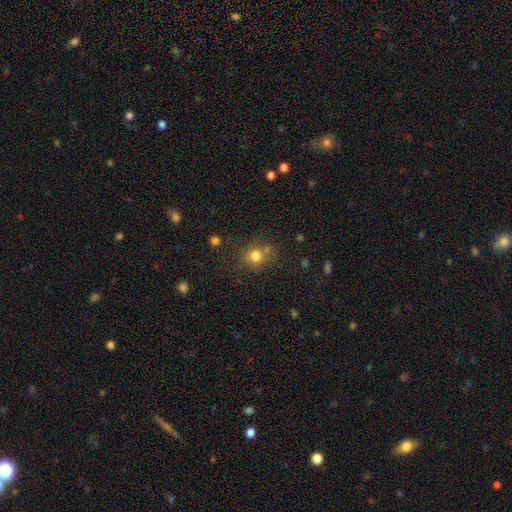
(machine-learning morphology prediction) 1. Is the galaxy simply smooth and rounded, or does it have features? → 77% smooth, 14% star or artifact, 8% featured or disk.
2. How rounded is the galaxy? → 81% round, 18% in between, 1% cigar-shaped.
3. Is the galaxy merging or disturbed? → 69% none, 14% minor disturbance, 11% merger, 5% major disturbance.